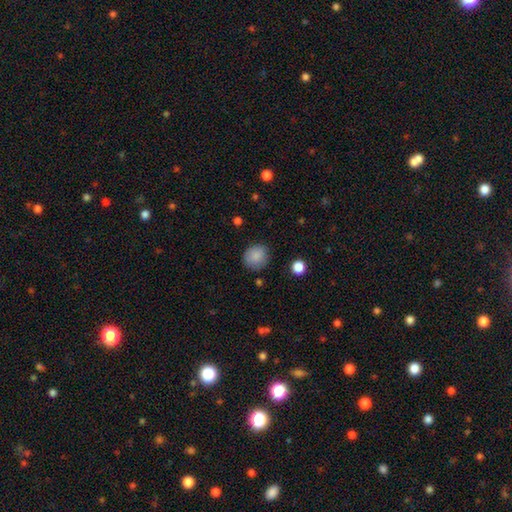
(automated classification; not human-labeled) smooth_or_featured: smooth (p=0.86) [alt: star or artifact p=0.09]
how_rounded: round (p=0.86) [alt: in between p=0.13]
merging: none (p=0.83) [alt: minor disturbance p=0.12]